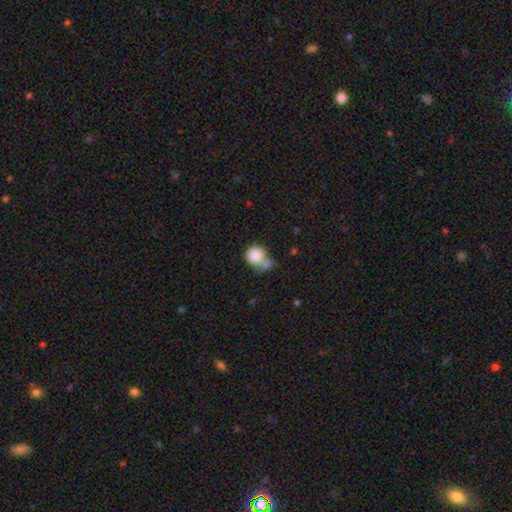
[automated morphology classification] A smooth galaxy with no disk features (84%) that is round (85%). Merging: merger (41%).